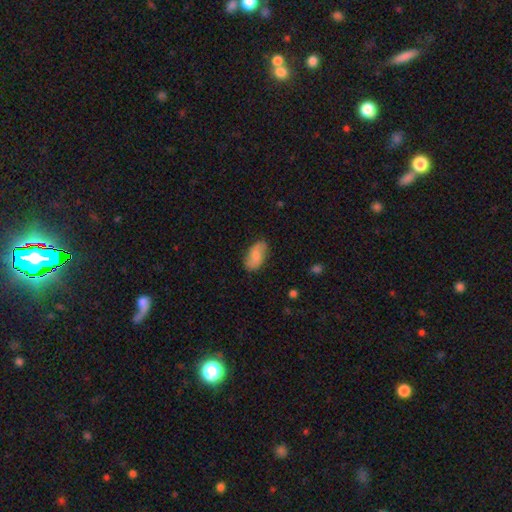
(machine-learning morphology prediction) This appears to be a smooth galaxy with no disk features (57%) that is in between round and cigar-shaped (93%). Merging: none (78%).